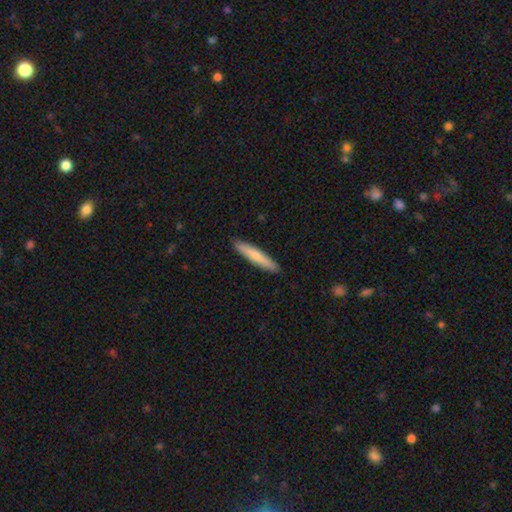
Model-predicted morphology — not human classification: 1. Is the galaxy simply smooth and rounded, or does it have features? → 74% smooth, 21% featured or disk, 5% star or artifact.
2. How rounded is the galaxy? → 93% cigar-shaped, 6% in between, 1% round.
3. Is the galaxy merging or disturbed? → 91% none, 7% minor disturbance, 1% major disturbance, 1% merger.